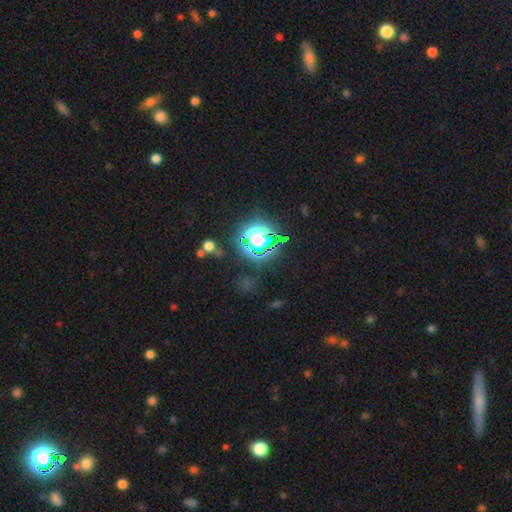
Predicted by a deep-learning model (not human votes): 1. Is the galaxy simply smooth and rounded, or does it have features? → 81% star or artifact, 12% smooth, 7% featured or disk.